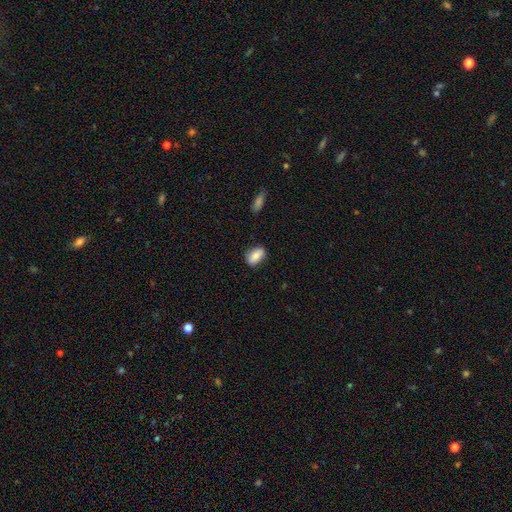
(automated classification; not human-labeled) Smooth or featured?
  - smooth: 77% *
  - featured or disk: 16%
  - star or artifact: 7%
How rounded?
  - in between: 86% *
  - round: 10%
  - cigar-shaped: 4%
Merging?
  - none: 79% *
  - minor disturbance: 16%
  - major disturbance: 3%
  - merger: 2%